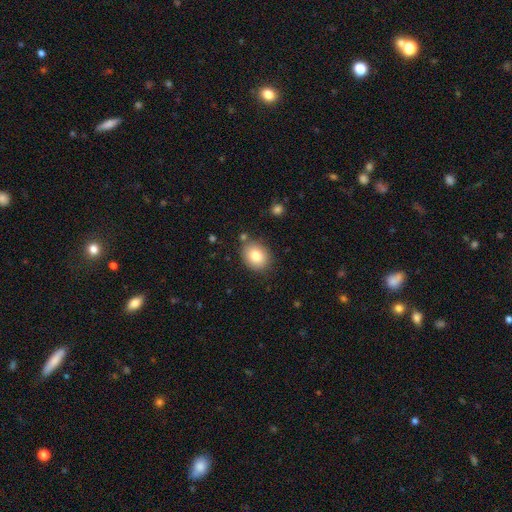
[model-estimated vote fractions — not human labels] Q: Smooth or featured?
A: smooth (82%); runner-up: featured or disk (9%)
Q: How rounded?
A: in between (54%); runner-up: round (45%)
Q: Merging?
A: none (80%); runner-up: minor disturbance (13%)